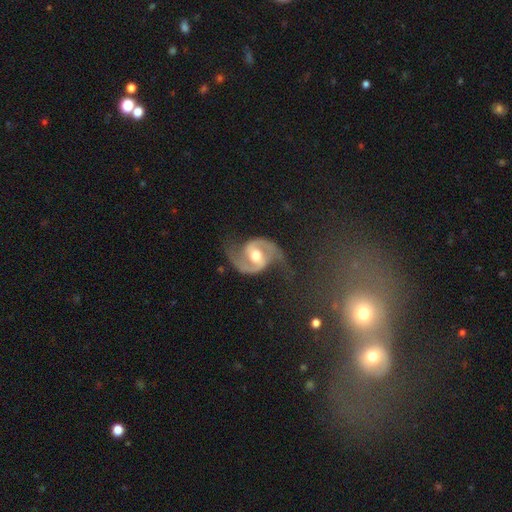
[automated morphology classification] Q: Smooth or featured?
A: featured or disk (91%); runner-up: star or artifact (5%)
Q: Edge-on disk?
A: no (98%); runner-up: yes (2%)
Q: Bar?
A: weak (45%); runner-up: strong (31%)
Q: Spiral arms?
A: yes (98%); runner-up: no (2%)
Q: Spiral winding?
A: medium (57%); runner-up: loose (26%)
Q: Spiral arm count?
A: 2 (94%); runner-up: can't tell (2%)
Q: Bulge size?
A: moderate (73%); runner-up: large (12%)
Q: Merging?
A: none (71%); runner-up: minor disturbance (17%)